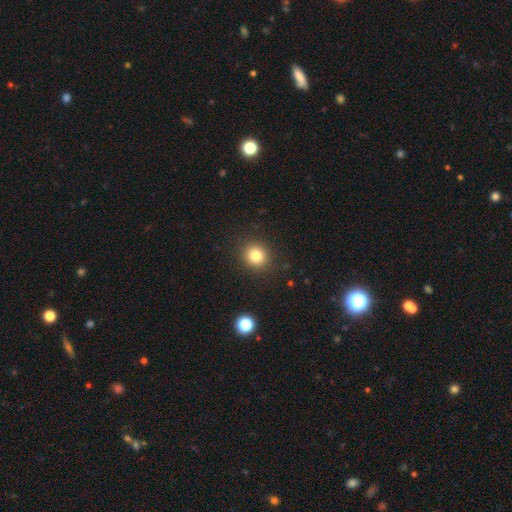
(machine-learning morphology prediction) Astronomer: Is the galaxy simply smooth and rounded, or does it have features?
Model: smooth — 80%.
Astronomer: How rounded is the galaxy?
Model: round — 86%.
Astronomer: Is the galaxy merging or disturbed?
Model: none — 90%.